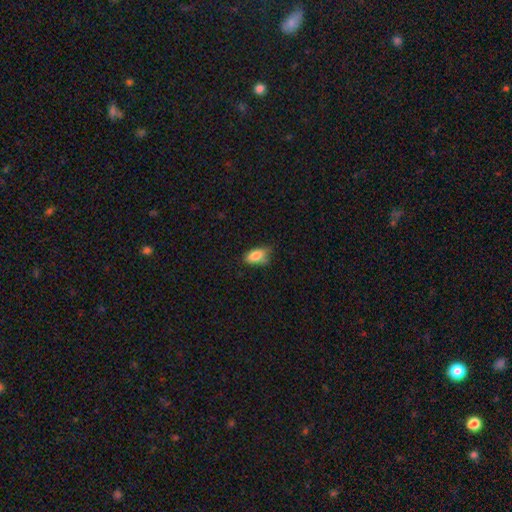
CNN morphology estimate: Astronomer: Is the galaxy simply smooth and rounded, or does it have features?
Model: smooth — 82%.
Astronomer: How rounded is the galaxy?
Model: in between — 88%.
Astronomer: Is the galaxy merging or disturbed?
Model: none — 50% (runner-up: minor disturbance, 38%).